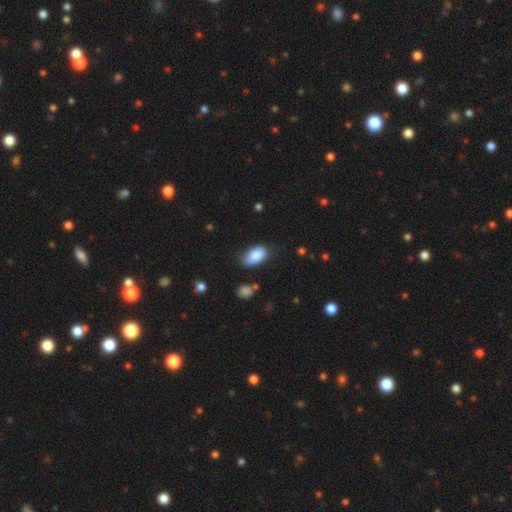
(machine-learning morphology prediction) Q: Smooth or featured?
A: smooth (84%); runner-up: featured or disk (9%)
Q: How rounded?
A: in between (93%); runner-up: round (5%)
Q: Merging?
A: none (66%); runner-up: minor disturbance (25%)